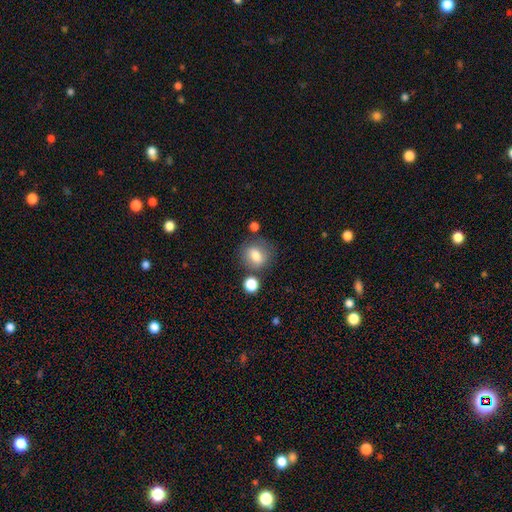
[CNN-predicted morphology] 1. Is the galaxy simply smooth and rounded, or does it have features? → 75% smooth, 15% featured or disk, 10% star or artifact.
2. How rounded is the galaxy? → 58% round, 40% in between, 2% cigar-shaped.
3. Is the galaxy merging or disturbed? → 68% none, 15% minor disturbance, 11% merger, 6% major disturbance.